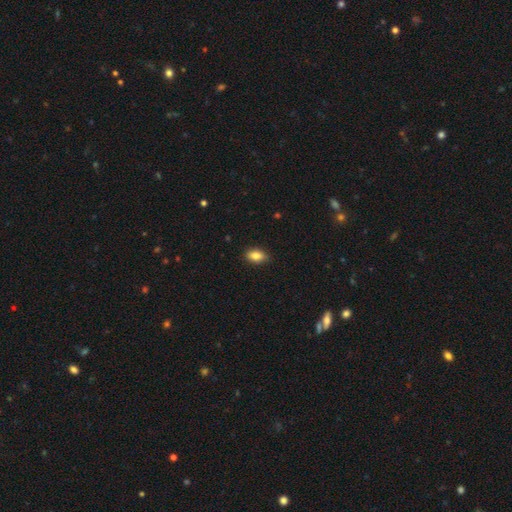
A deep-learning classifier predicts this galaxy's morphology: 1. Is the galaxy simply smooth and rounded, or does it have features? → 86% smooth, 8% star or artifact, 6% featured or disk.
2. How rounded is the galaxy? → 88% in between, 9% round, 3% cigar-shaped.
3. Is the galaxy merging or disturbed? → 85% none, 12% minor disturbance, 2% major disturbance, 1% merger.